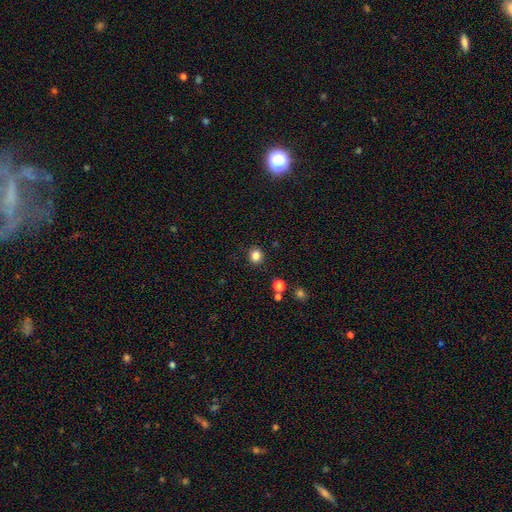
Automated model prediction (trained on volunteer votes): Smooth or featured: smooth — 84% (star or artifact — 12%)
How rounded: round — 86% (in between — 13%)
Merging: none — 89% (minor disturbance — 6%)